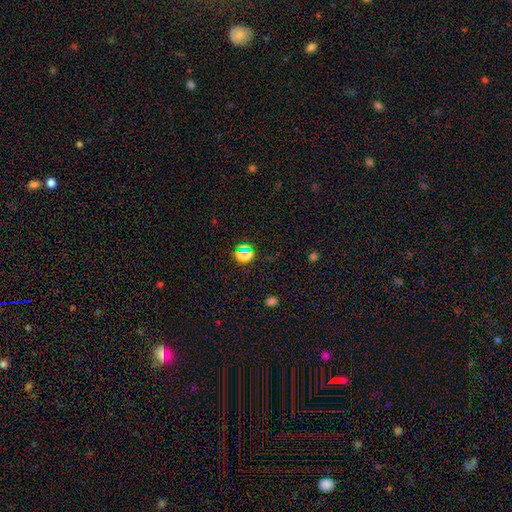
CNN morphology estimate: Overall: star or artifact (53%; smooth 38%).